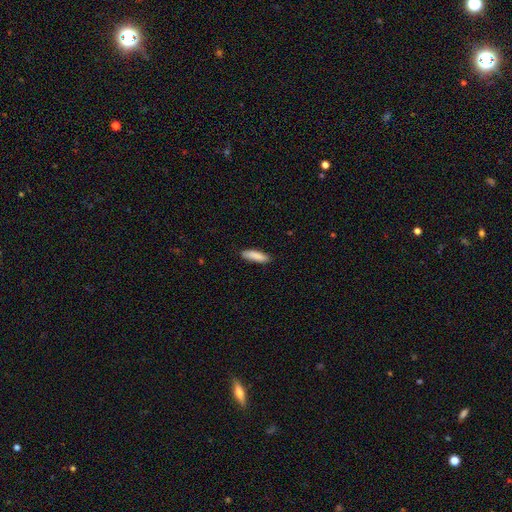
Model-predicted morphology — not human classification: A smooth galaxy with no disk features (88%) that is cigar-shaped (59%).

Vote fractions:
- Smooth or featured? smooth: 88% / featured or disk: 6% / star or artifact: 6%
- How rounded? cigar-shaped: 59% / in between: 39% / round: 1%
- Merging? none: 87% / minor disturbance: 10% / major disturbance: 2% / merger: 1%